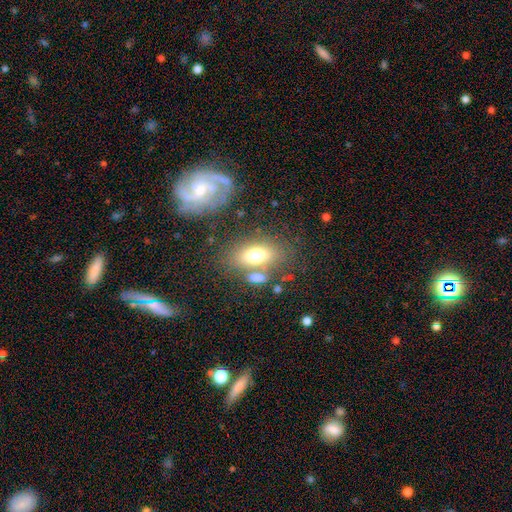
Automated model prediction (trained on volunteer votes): Smooth or featured?
  - smooth: 69% *
  - featured or disk: 21%
  - star or artifact: 10%
How rounded?
  - in between: 83% *
  - round: 10%
  - cigar-shaped: 7%
Merging?
  - none: 61% *
  - merger: 18%
  - minor disturbance: 14%
  - major disturbance: 7%